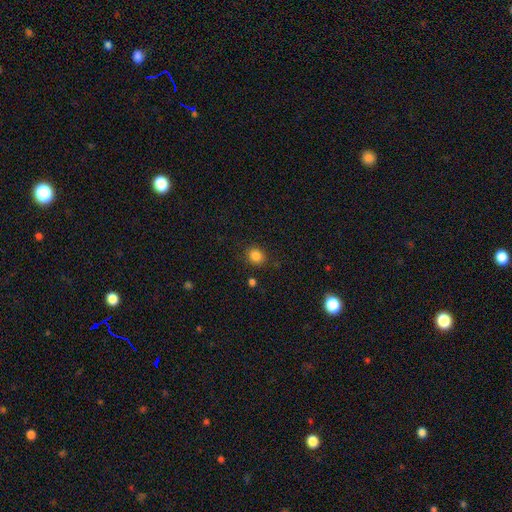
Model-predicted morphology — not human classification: This is clearly a smooth galaxy (84%). How rounded: likely round (68%). Merging: clearly none (86%).